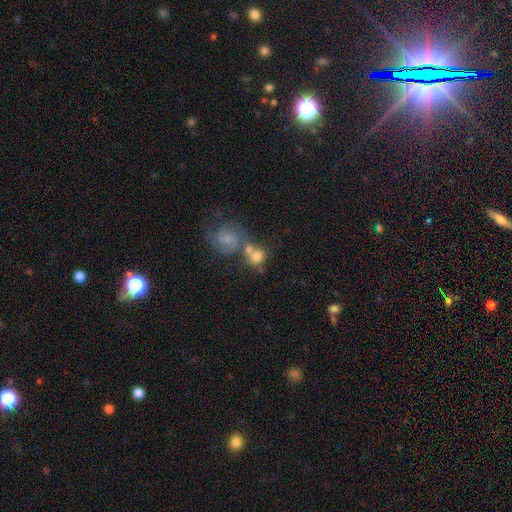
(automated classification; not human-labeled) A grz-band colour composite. It shows a smooth galaxy with no disk features (63%) that is round (73%). Merging: merger (46%).